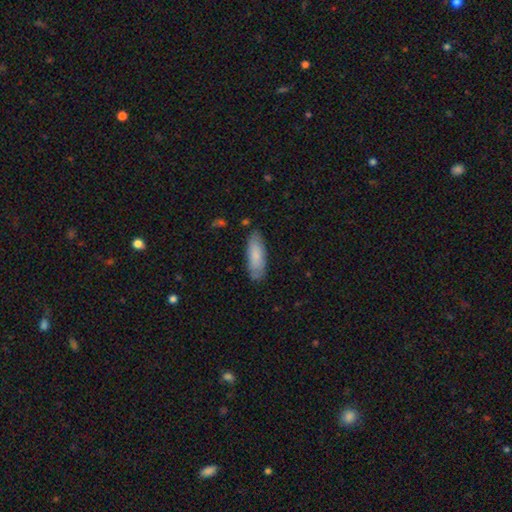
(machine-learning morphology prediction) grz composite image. It shows a smooth galaxy with no disk features (80%) that is in between round and cigar-shaped (63%). Merging: none (79%).